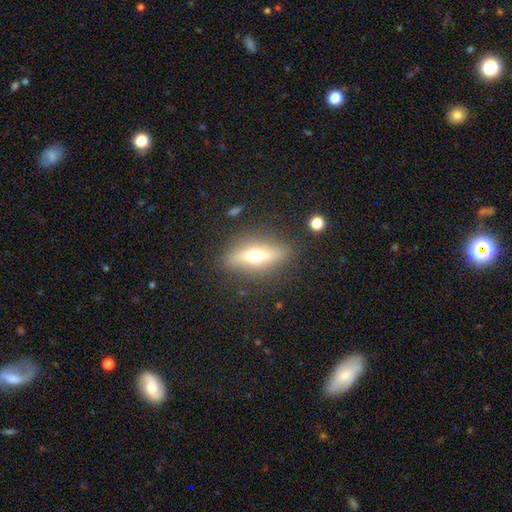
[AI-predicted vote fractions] Smooth or featured? featured or disk (47%)
Merging? none (83%)